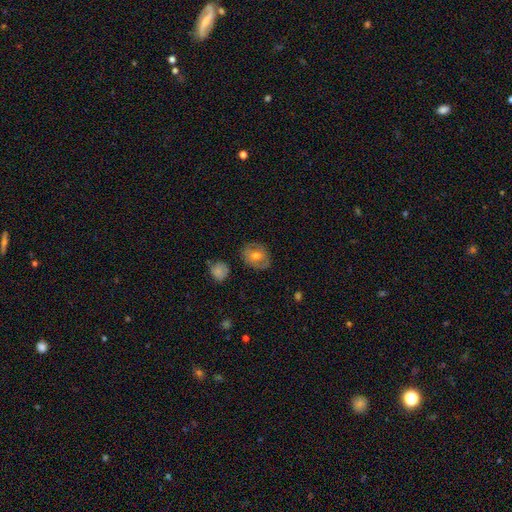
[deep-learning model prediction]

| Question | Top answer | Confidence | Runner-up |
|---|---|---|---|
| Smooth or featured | smooth | 51% | featured or disk (41%) |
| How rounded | round | 63% | in between (36%) |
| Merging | none | 78% | minor disturbance (16%) |